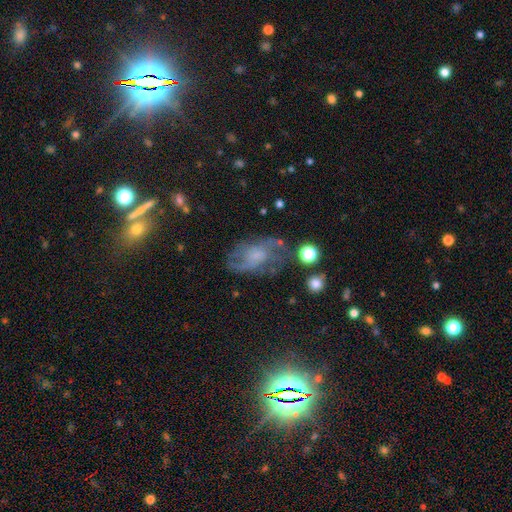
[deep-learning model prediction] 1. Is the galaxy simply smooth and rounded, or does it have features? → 58% featured or disk, 28% smooth, 13% star or artifact.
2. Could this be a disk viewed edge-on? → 95% no, 5% yes.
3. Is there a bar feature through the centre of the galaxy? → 71% no, 25% weak, 4% strong.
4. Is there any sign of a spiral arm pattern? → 72% yes, 28% no.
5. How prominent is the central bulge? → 33% none, 32% small, 25% moderate, 8% large, 2% dominant.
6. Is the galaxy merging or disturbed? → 51% none, 24% minor disturbance, 21% major disturbance, 4% merger.